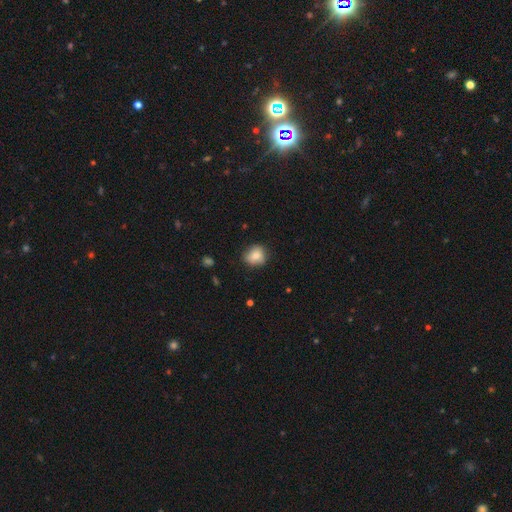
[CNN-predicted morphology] This appears to be a smooth galaxy with no disk features (82%) that is round (76%). Merging: none (76%).